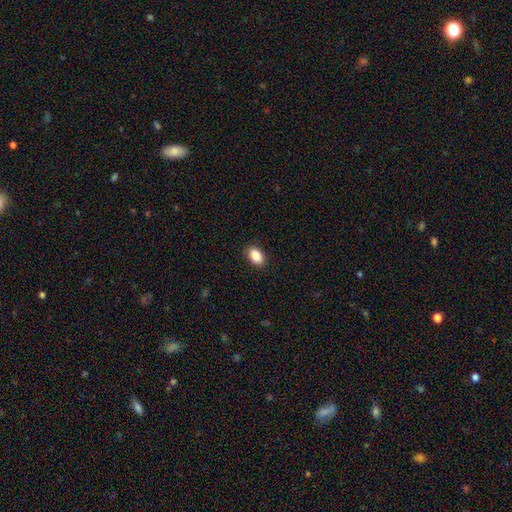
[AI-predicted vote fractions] smooth 89%, star or artifact 7%, featured or disk 4%. Down the decision tree: how rounded — in between (90%); merging — none (89%).